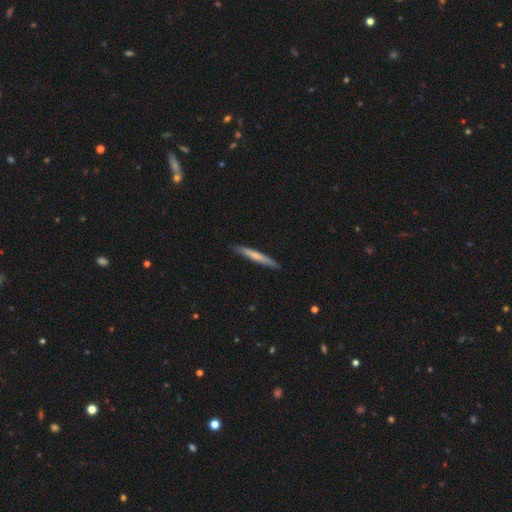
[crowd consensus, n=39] smooth_or_featured: smooth (p=0.62) [alt: featured or disk p=0.36]
how_rounded: cigar-shaped (p=0.96) [alt: round p=0.04]
merging: none (p=0.95) [alt: minor disturbance p=0.05]